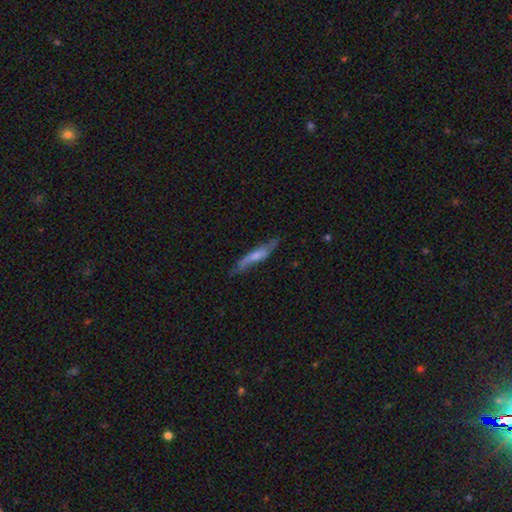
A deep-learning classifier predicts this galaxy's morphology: Q: Smooth or featured?
A: featured or disk (52%); runner-up: smooth (42%)
Q: Edge-on disk?
A: yes (63%); runner-up: no (37%)
Q: Merging?
A: none (66%); runner-up: minor disturbance (25%)